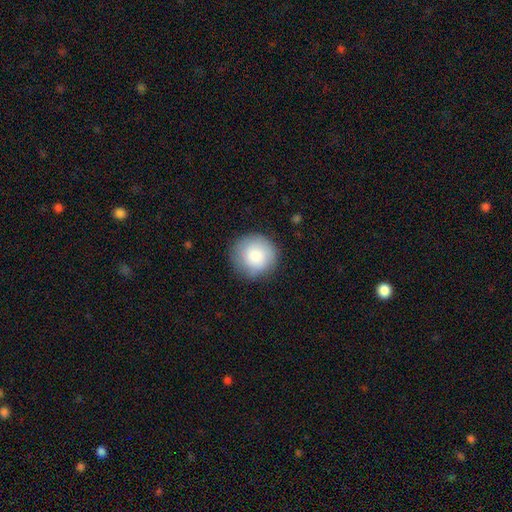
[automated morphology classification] type=smooth (84%); roundness=round (94%); merging=none (84%).